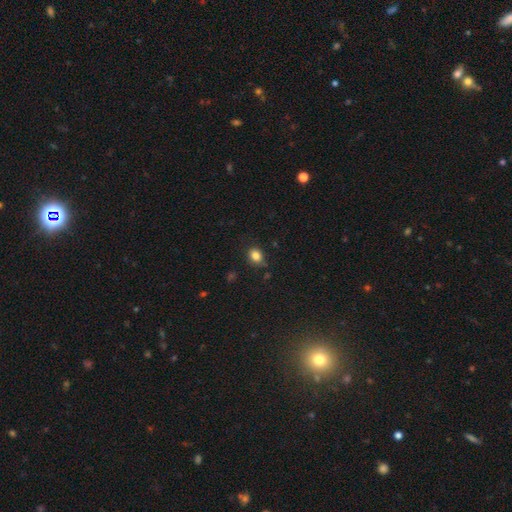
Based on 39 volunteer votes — Overall: smooth (85%). How rounded: round (76%). Merging: none (71%).